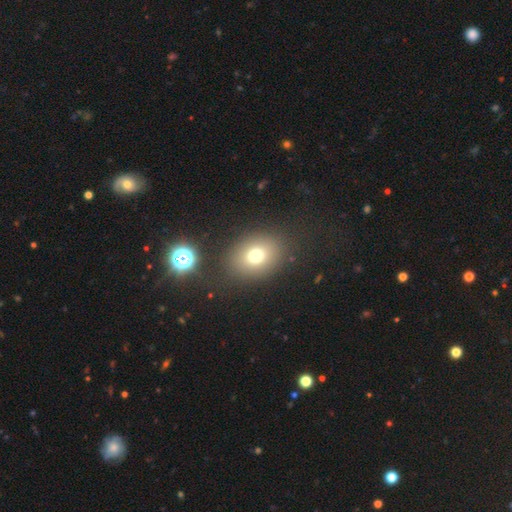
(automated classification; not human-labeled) Morphology: type=smooth (72%); roundness=in between (53%); merging=none (82%).